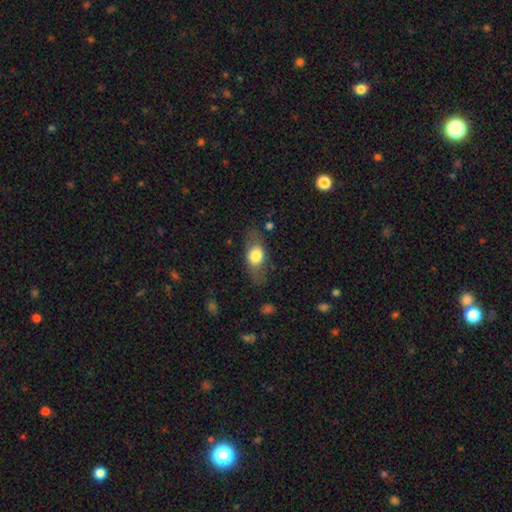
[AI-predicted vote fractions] A smooth galaxy with no disk features (70%) that is in between round and cigar-shaped (77%).

Vote fractions:
- Smooth or featured? smooth: 70% / featured or disk: 23% / star or artifact: 7%
- How rounded? in between: 77% / round: 14% / cigar-shaped: 9%
- Merging? none: 72% / minor disturbance: 18% / major disturbance: 8% / merger: 2%